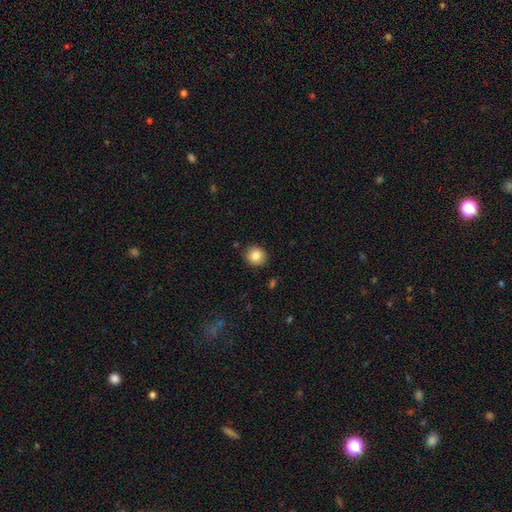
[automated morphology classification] Overall: smooth (86%). How rounded: round (86%). Merging: none (89%).